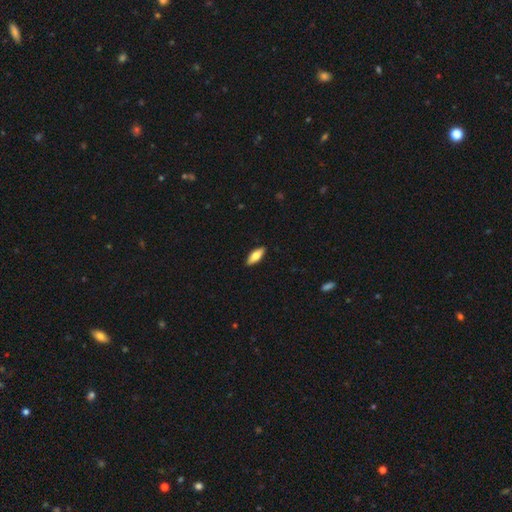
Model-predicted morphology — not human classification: Q: Smooth or featured?
A: smooth (71%); runner-up: featured or disk (23%)
Q: How rounded?
A: in between (69%); runner-up: cigar-shaped (29%)
Q: Merging?
A: none (90%); runner-up: minor disturbance (7%)